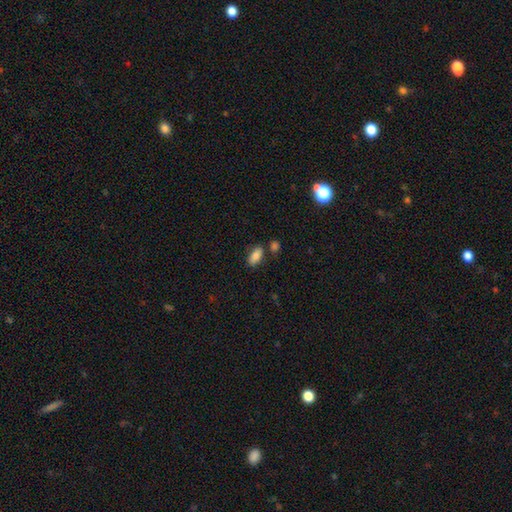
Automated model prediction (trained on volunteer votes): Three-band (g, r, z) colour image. It shows a smooth galaxy with no disk features (84%) that is in between round and cigar-shaped (89%). Merging: none (74%).